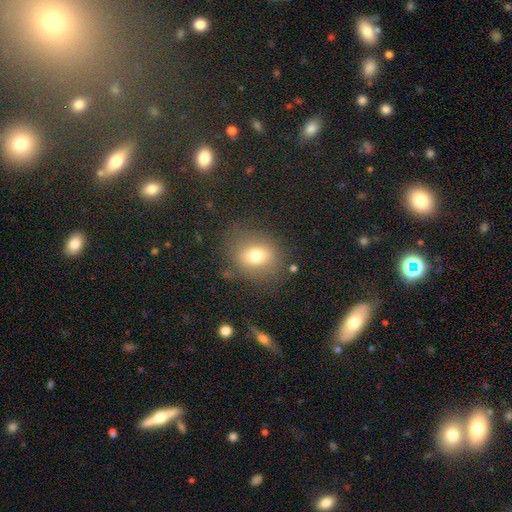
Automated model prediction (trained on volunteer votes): Smooth or featured?
  - smooth: 73% *
  - featured or disk: 15%
  - star or artifact: 12%
How rounded?
  - round: 56% *
  - in between: 43%
  - cigar-shaped: 2%
Merging?
  - none: 76% *
  - minor disturbance: 14%
  - major disturbance: 7%
  - merger: 3%